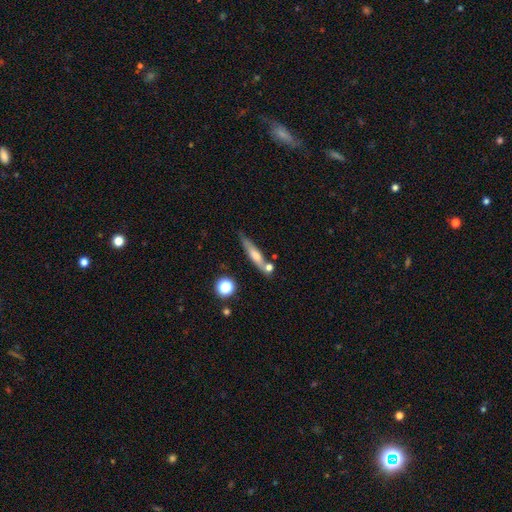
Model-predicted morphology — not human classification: The model was most divided on "smooth or featured": smooth: 50%, featured or disk: 41%, star or artifact: 8%. More confident: how rounded — cigar-shaped (83%); merging — none (65%).